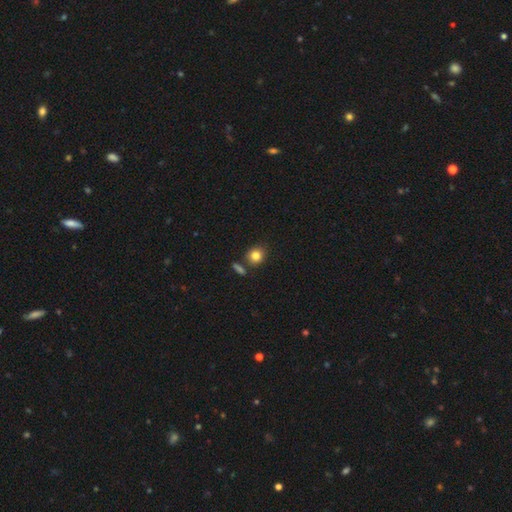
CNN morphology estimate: This is clearly a smooth galaxy (83%). How rounded: likely round (77%). Merging: likely none (76%).